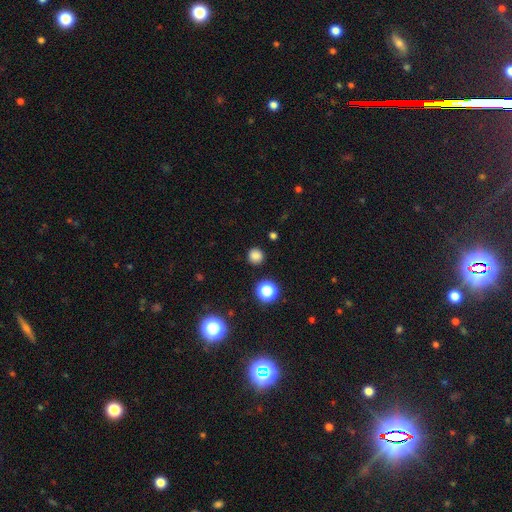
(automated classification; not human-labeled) This is clearly a smooth galaxy (80%). How rounded: clearly round (94%). Merging: clearly none (90%).